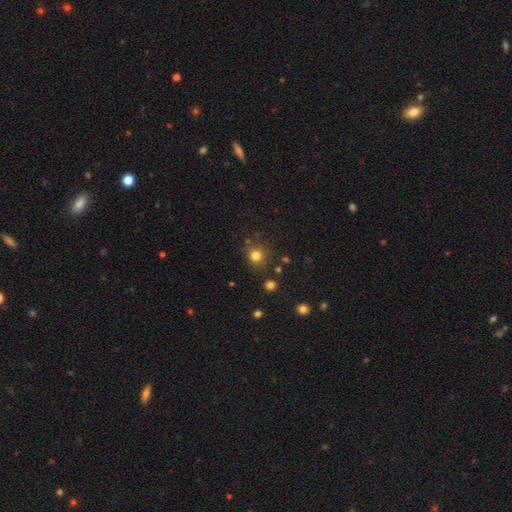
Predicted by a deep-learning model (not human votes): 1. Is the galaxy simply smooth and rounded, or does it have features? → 79% smooth, 15% star or artifact, 6% featured or disk.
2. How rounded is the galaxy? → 90% round, 9% in between, 1% cigar-shaped.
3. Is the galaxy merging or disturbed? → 83% none, 10% minor disturbance, 4% merger, 3% major disturbance.